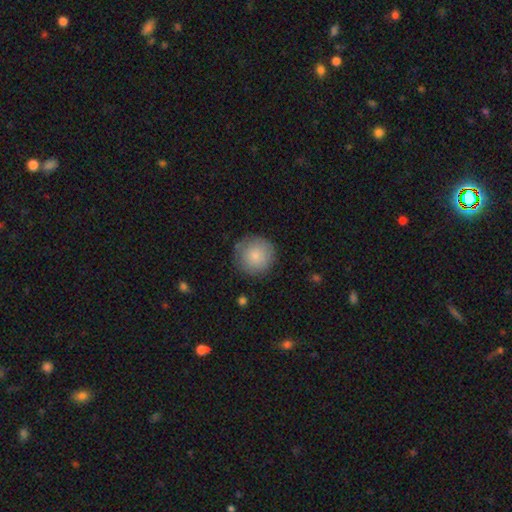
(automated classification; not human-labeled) This is clearly a smooth galaxy (83%). How rounded: clearly round (95%). Merging: clearly none (83%).